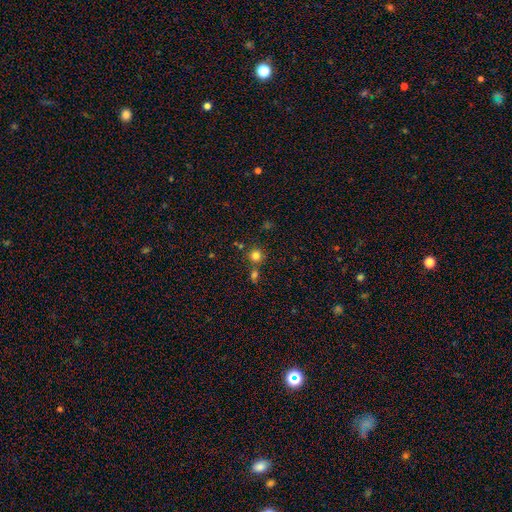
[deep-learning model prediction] This is likely a smooth galaxy (80%). How rounded: clearly round (92%). Merging: likely none (72%).